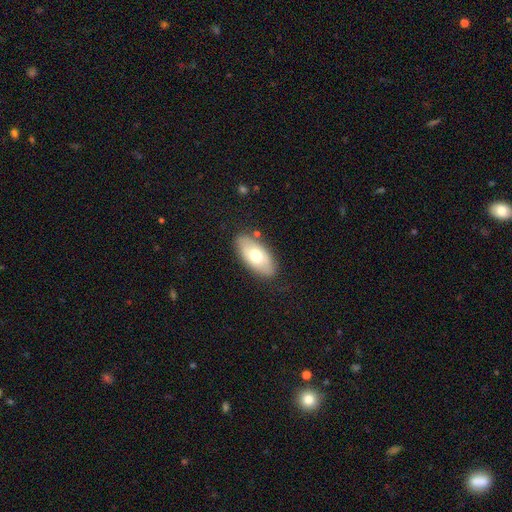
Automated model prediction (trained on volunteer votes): Smooth or featured? Predicted: smooth (p=0.65). How rounded? Predicted: in between (p=0.91). Merging? Predicted: none (p=0.82).